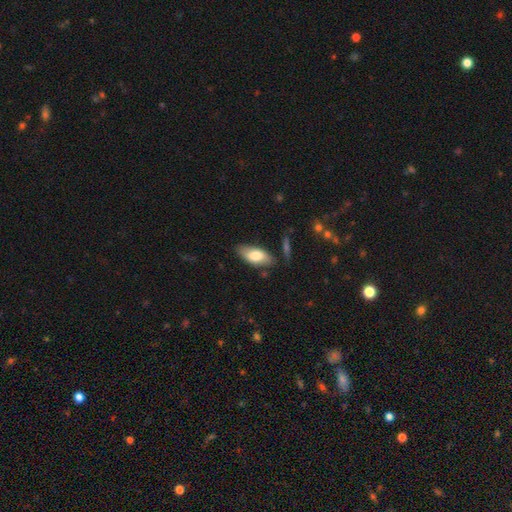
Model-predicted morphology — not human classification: Smooth or featured? smooth (76%)
How rounded? in between (89%)
Merging? none (78%)